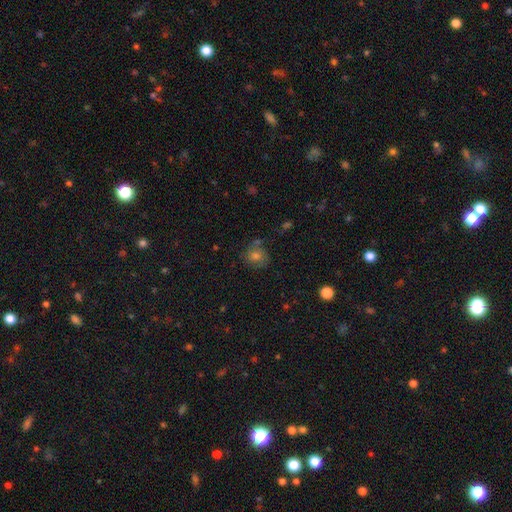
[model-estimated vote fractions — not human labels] smooth_or_featured: smooth (p=0.59) [alt: featured or disk p=0.24]
how_rounded: round (p=0.80) [alt: in between p=0.19]
merging: none (p=0.68) [alt: minor disturbance p=0.18]